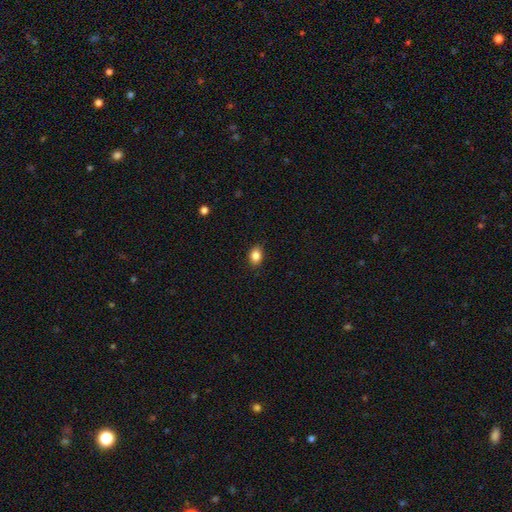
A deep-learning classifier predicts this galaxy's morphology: This appears to be a smooth galaxy with no disk features (86%) that is in between round and cigar-shaped (68%). Merging: none (87%).